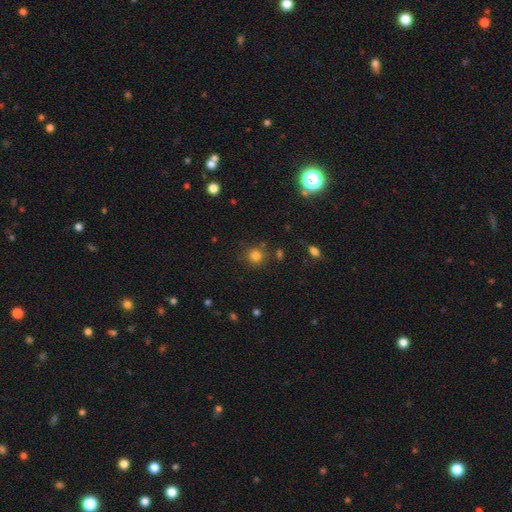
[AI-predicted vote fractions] smooth 79%, star or artifact 15%, featured or disk 6%. Down the decision tree: how rounded — round (90%); merging — none (81%).